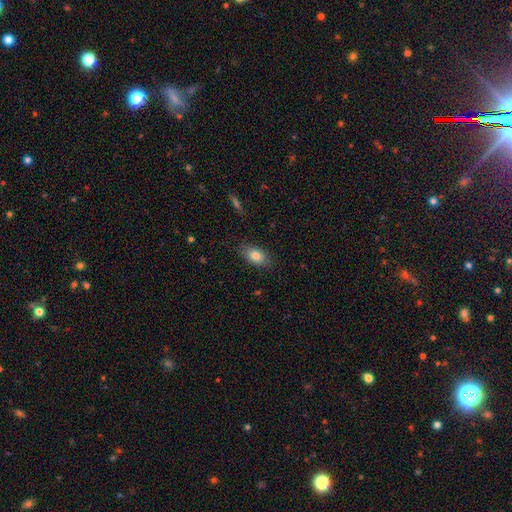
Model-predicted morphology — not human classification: This appears to be a smooth galaxy with no disk features (82%) that is in between round and cigar-shaped (89%). Merging: none (83%).